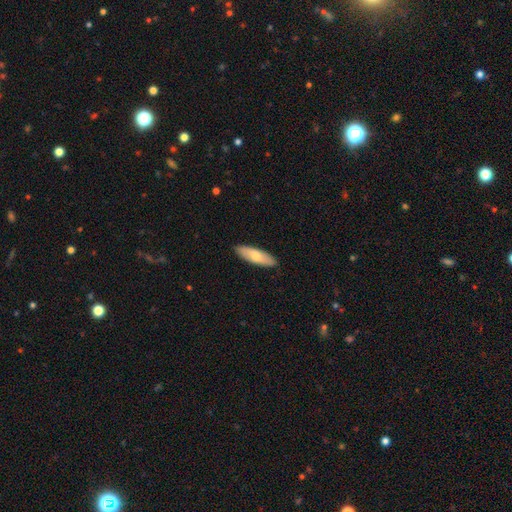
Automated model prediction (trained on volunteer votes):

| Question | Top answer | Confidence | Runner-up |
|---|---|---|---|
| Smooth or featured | smooth | 71% | featured or disk (24%) |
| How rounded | in between | 52% | cigar-shaped (46%) |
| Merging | none | 89% | minor disturbance (8%) |